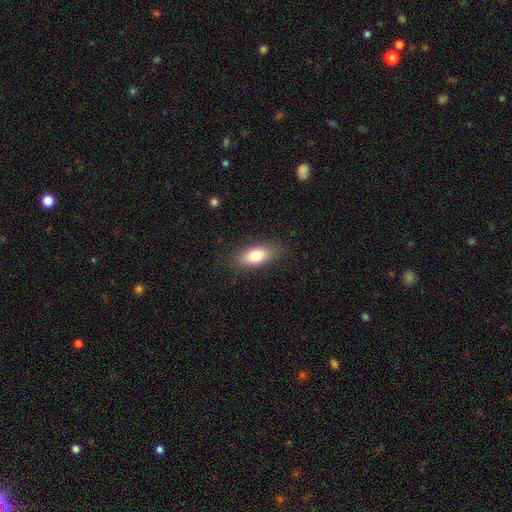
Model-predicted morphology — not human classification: A smooth galaxy with no disk features (79%) that is in between round and cigar-shaped (84%).

Vote fractions:
- Smooth or featured? smooth: 79% / featured or disk: 14% / star or artifact: 8%
- How rounded? in between: 84% / cigar-shaped: 11% / round: 6%
- Merging? none: 85% / minor disturbance: 11% / major disturbance: 3% / merger: 1%